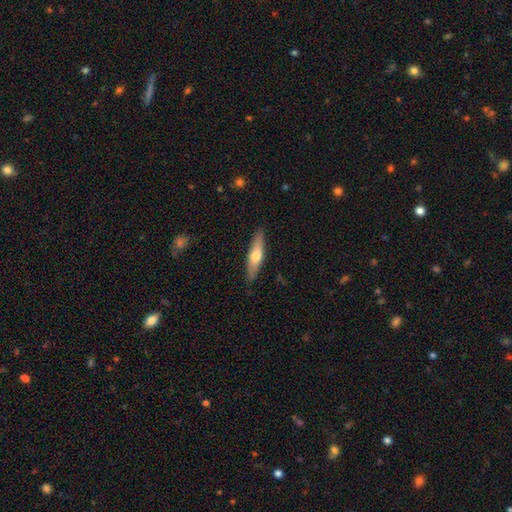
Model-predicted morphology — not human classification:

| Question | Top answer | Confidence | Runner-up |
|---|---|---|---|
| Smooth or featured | smooth | 50% | featured or disk (45%) |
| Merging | none | 88% | minor disturbance (9%) |